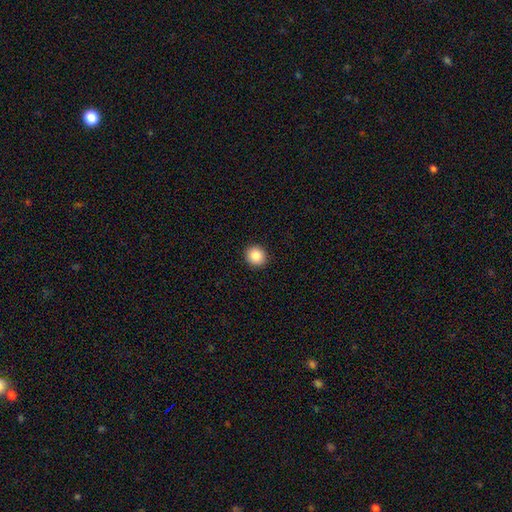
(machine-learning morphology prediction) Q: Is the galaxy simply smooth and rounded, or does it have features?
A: smooth — 86%.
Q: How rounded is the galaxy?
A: round — 87%.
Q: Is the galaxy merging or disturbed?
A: none — 92%.